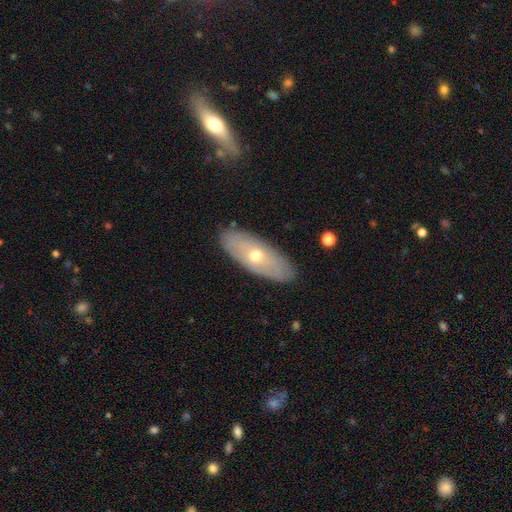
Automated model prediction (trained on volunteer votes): smooth-or-featured: smooth: 47% | featured or disk: 46% | star or artifact: 6%
  merging: none: 86% | minor disturbance: 11% | major disturbance: 2% | merger: 1%